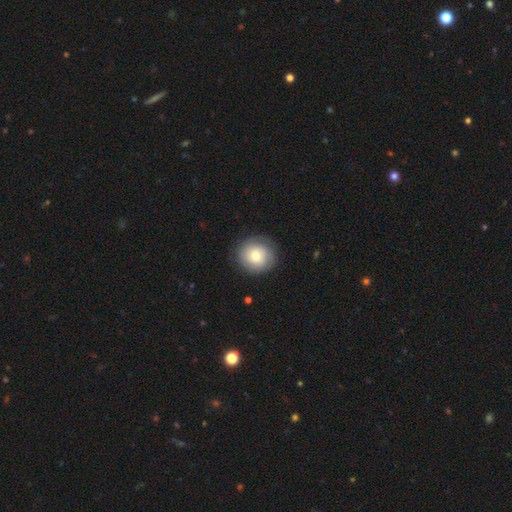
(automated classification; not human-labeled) This is likely a smooth galaxy (70%). How rounded: clearly round (92%). Merging: clearly none (86%).